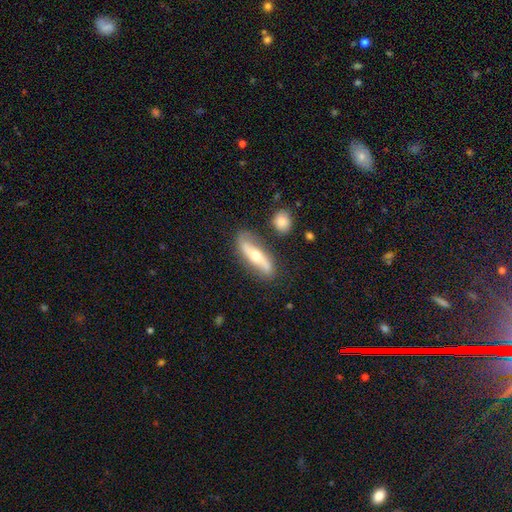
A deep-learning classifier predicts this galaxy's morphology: Q: Smooth or featured?
A: featured or disk (63%); runner-up: smooth (31%)
Q: Edge-on disk?
A: no (56%); runner-up: yes (44%)
Q: Merging?
A: none (77%); runner-up: minor disturbance (15%)